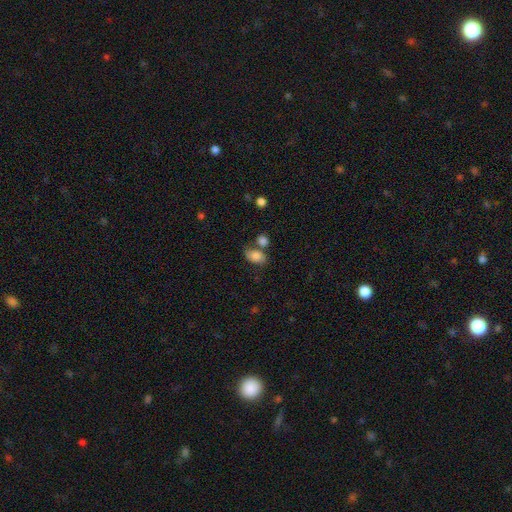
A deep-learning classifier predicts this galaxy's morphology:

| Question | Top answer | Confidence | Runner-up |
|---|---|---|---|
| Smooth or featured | smooth | 81% | featured or disk (10%) |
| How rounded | in between | 83% | round (16%) |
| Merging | none | 46% | merger (28%) |